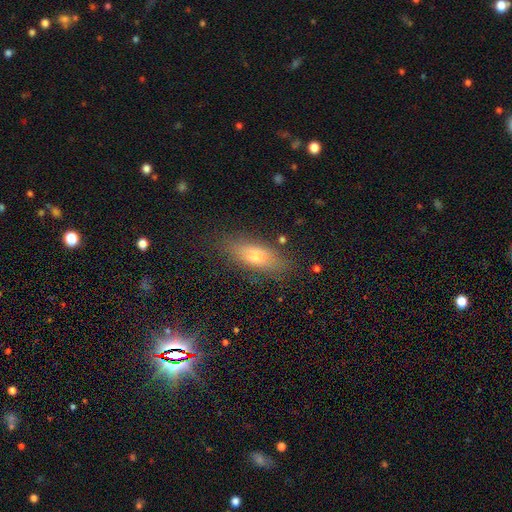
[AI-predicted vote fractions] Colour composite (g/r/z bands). It shows a smooth galaxy with no disk features (67%) that is in between round and cigar-shaped (60%). Merging: none (81%).